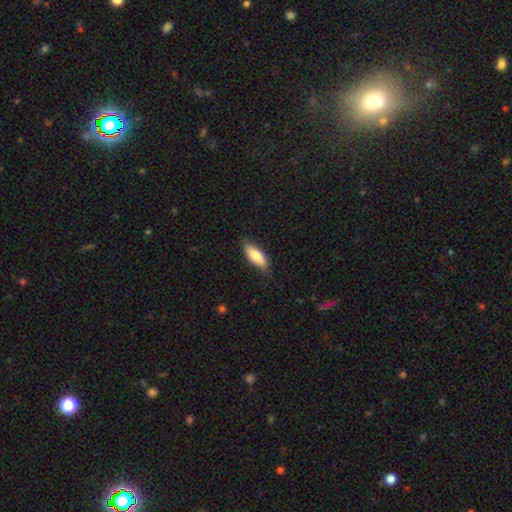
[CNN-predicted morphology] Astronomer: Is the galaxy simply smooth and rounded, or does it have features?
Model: smooth — 82%.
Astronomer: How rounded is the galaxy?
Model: in between — 72%.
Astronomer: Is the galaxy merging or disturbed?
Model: none — 80%.